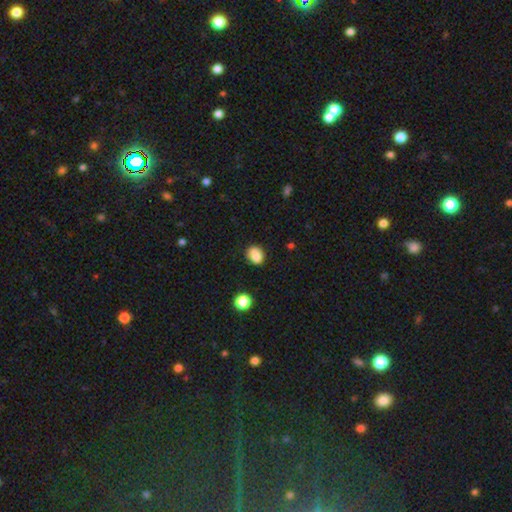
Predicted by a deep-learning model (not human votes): A smooth galaxy with no disk features (83%) that is round (50%).

Vote fractions:
- Smooth or featured? smooth: 83% / star or artifact: 10% / featured or disk: 7%
- How rounded? round: 50% / in between: 48% / cigar-shaped: 1%
- Merging? none: 69% / minor disturbance: 19% / merger: 7% / major disturbance: 5%